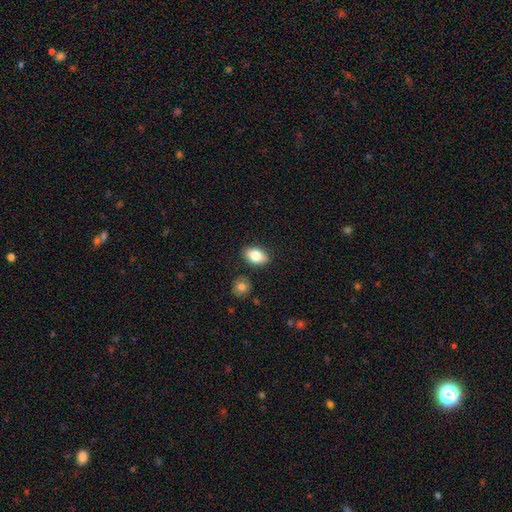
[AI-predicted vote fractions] Overall: smooth (82%). How rounded: in between (89%). Merging: none (84%).